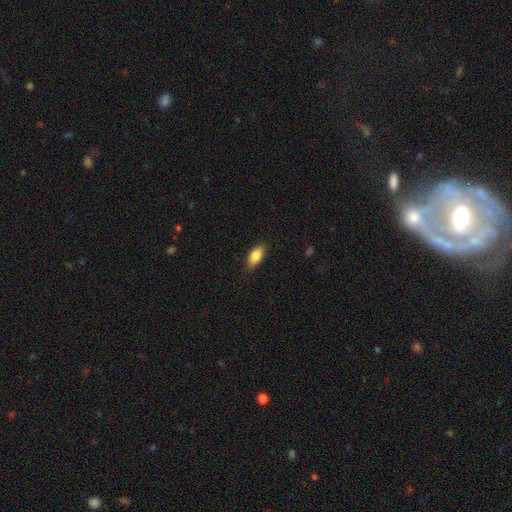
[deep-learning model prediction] Smooth or featured?
  - smooth: 83% *
  - featured or disk: 10%
  - star or artifact: 7%
How rounded?
  - in between: 87% *
  - cigar-shaped: 9%
  - round: 4%
Merging?
  - none: 85% *
  - minor disturbance: 11%
  - major disturbance: 2%
  - merger: 1%